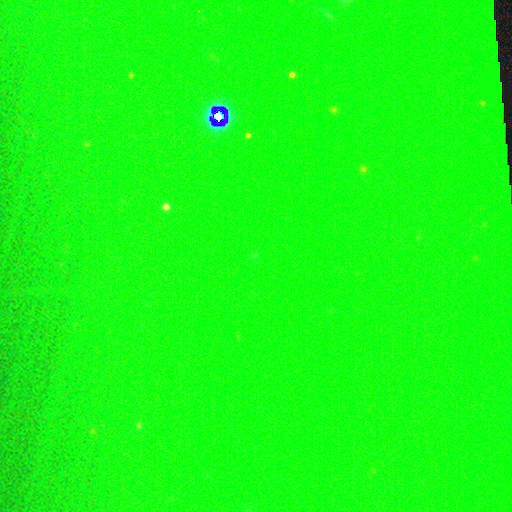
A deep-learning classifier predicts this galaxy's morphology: star or artifact 76%, smooth 15%, featured or disk 9%.